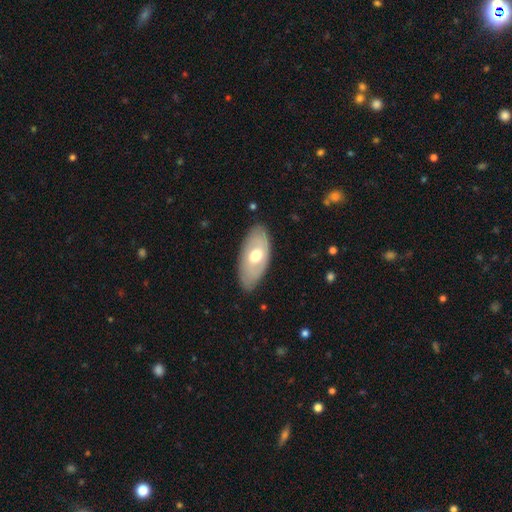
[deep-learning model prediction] Overall: smooth (51%; featured or disk 44%). How rounded: in between (92%). Merging: none (81%).